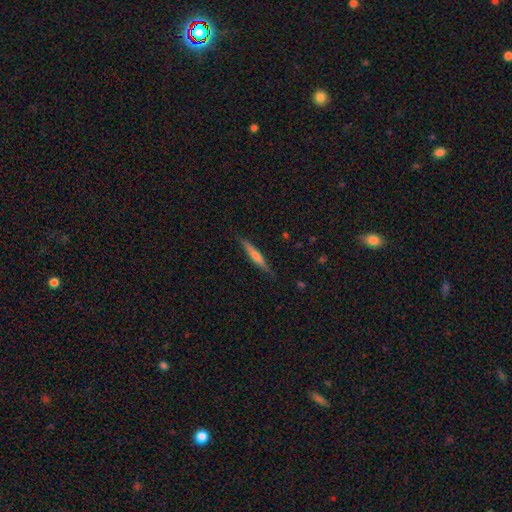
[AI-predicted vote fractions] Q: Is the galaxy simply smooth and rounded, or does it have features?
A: featured or disk — 55%.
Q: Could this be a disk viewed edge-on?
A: yes — 97%.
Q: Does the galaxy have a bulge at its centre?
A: rounded — 57%.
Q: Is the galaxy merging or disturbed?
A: none — 88%.